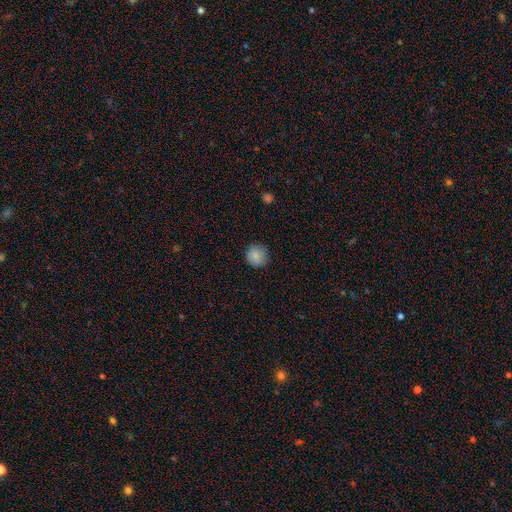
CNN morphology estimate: A smooth galaxy with no disk features (84%) that is round (93%).

Vote fractions:
- Smooth or featured? smooth: 84% / star or artifact: 9% / featured or disk: 7%
- How rounded? round: 93% / in between: 6% / cigar-shaped: 1%
- Merging? none: 87% / minor disturbance: 10% / major disturbance: 2% / merger: 1%